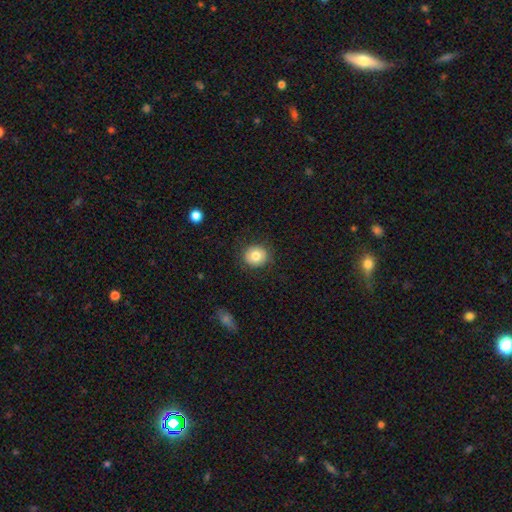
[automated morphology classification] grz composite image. It shows a smooth galaxy with no disk features (80%) that is round (86%). Merging: none (88%).